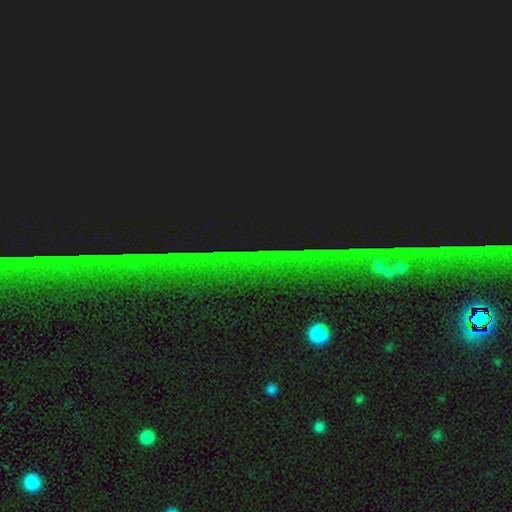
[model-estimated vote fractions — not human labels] The model was most divided on "smooth or featured": star or artifact: 86%, featured or disk: 7%, smooth: 6%.